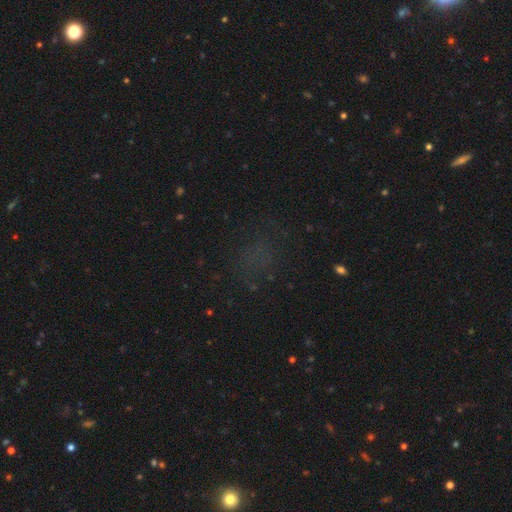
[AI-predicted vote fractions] smooth_or_featured: star or artifact (p=0.51) [alt: smooth p=0.36]